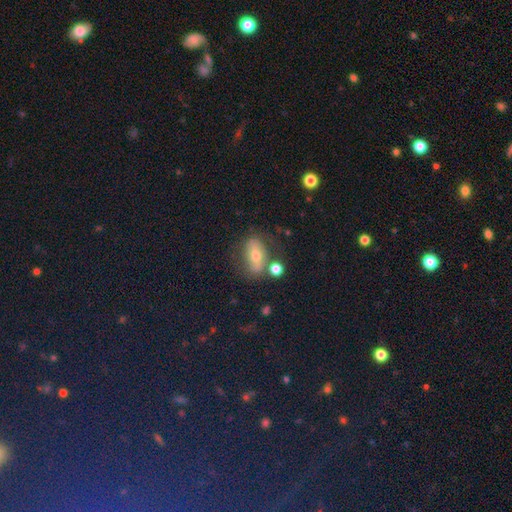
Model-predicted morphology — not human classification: Smooth or featured?
  - smooth: 52% *
  - featured or disk: 35%
  - star or artifact: 13%
How rounded?
  - in between: 77% *
  - round: 13%
  - cigar-shaped: 10%
Merging?
  - none: 66% *
  - minor disturbance: 16%
  - merger: 11%
  - major disturbance: 7%